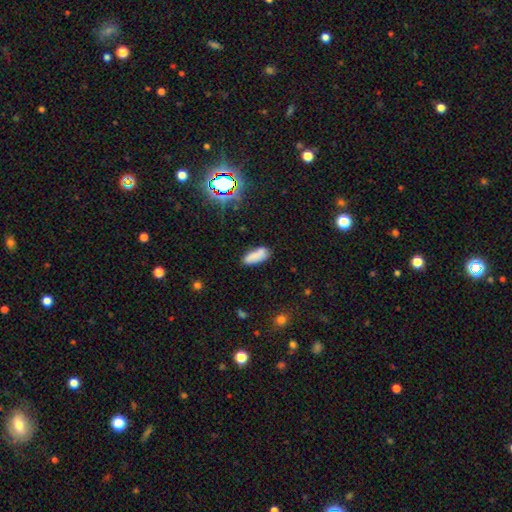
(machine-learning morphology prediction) A smooth galaxy with no disk features (78%) that is in between round and cigar-shaped (72%).

Vote fractions:
- Smooth or featured? smooth: 78% / featured or disk: 11% / star or artifact: 11%
- How rounded? in between: 72% / cigar-shaped: 25% / round: 3%
- Merging? none: 68% / minor disturbance: 19% / merger: 8% / major disturbance: 5%